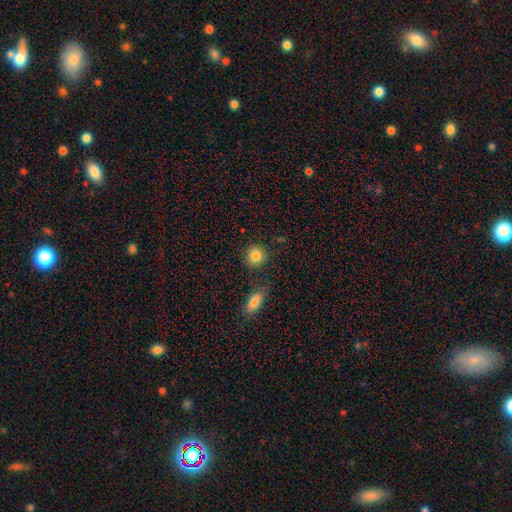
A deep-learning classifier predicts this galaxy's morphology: A smooth galaxy with no disk features (85%) that is round (87%).

Vote fractions:
- Smooth or featured? smooth: 85% / star or artifact: 9% / featured or disk: 7%
- How rounded? round: 87% / in between: 11% / cigar-shaped: 1%
- Merging? none: 84% / minor disturbance: 9% / merger: 5% / major disturbance: 3%